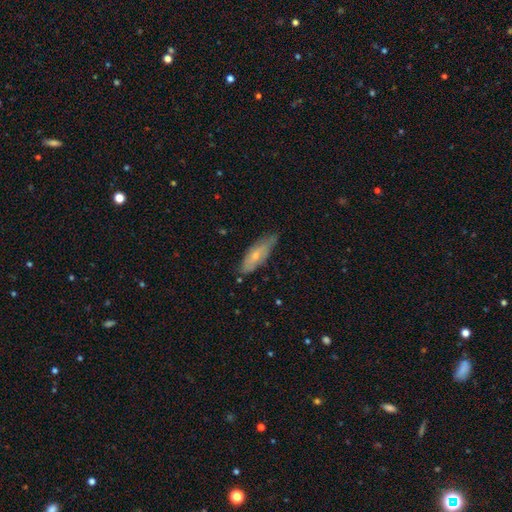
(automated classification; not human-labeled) smooth 54%, featured or disk 39%, star or artifact 6%. Down the decision tree: how rounded — in between (53%); merging — none (62%).